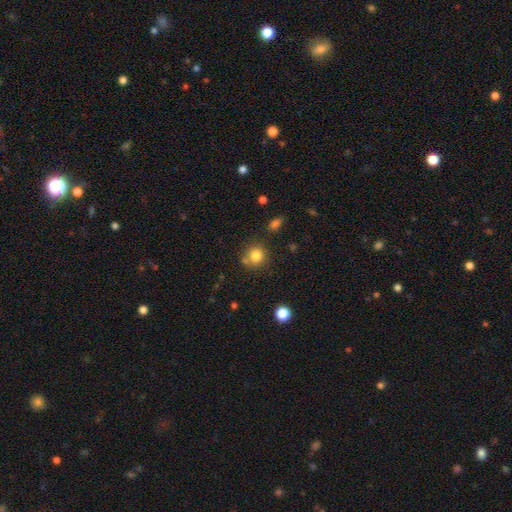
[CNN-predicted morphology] smooth 81%, star or artifact 12%, featured or disk 7%. Down the decision tree: how rounded — round (87%); merging — none (71%).